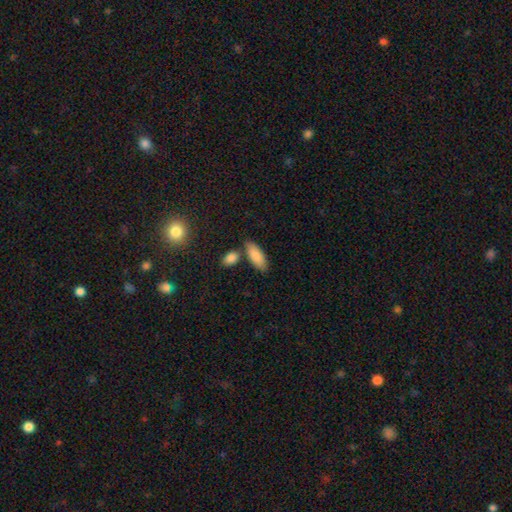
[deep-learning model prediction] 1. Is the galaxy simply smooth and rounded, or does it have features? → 86% smooth, 7% featured or disk, 6% star or artifact.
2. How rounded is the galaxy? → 80% in between, 17% cigar-shaped, 2% round.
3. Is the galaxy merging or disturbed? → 71% none, 13% merger, 13% minor disturbance, 3% major disturbance.